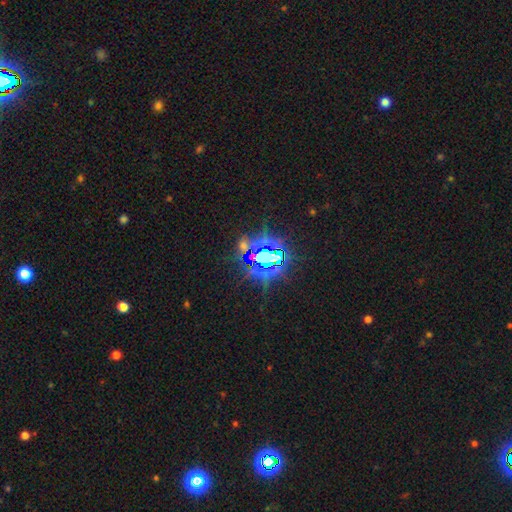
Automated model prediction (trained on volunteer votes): A star or artifact, not a galaxy (81%).